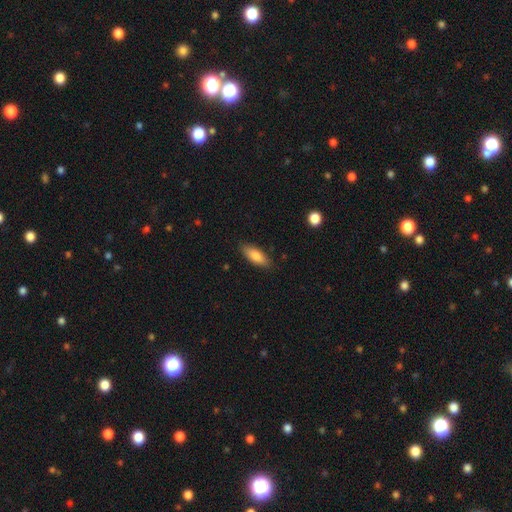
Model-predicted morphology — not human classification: smooth-or-featured: smooth: 82% | featured or disk: 12% | star or artifact: 6%
  how-rounded: in between: 70% | cigar-shaped: 28% | round: 2%
  merging: none: 85% | minor disturbance: 11% | major disturbance: 2% | merger: 1%